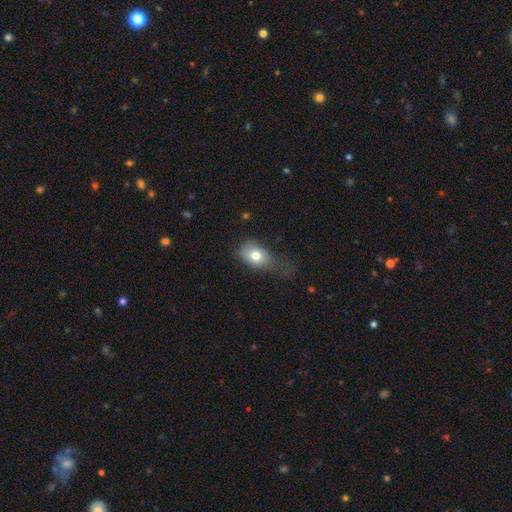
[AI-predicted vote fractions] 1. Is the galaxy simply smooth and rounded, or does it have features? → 76% smooth, 15% featured or disk, 10% star or artifact.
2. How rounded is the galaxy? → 74% in between, 24% round, 2% cigar-shaped.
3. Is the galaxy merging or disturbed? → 36% none, 35% minor disturbance, 26% major disturbance, 2% merger.